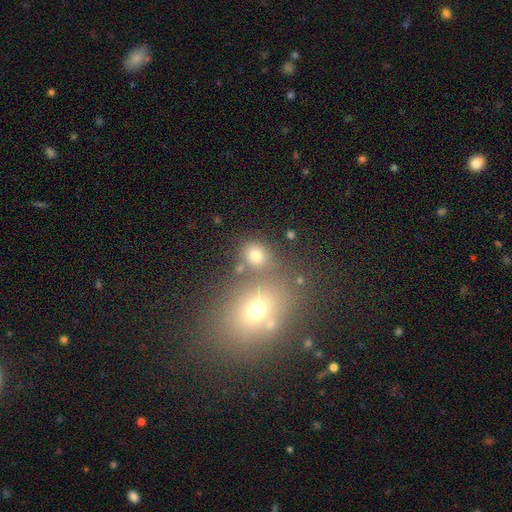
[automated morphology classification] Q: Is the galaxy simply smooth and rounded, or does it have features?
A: smooth — 72%.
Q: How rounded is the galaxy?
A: round — 69%.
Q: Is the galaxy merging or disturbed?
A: none — 62%.